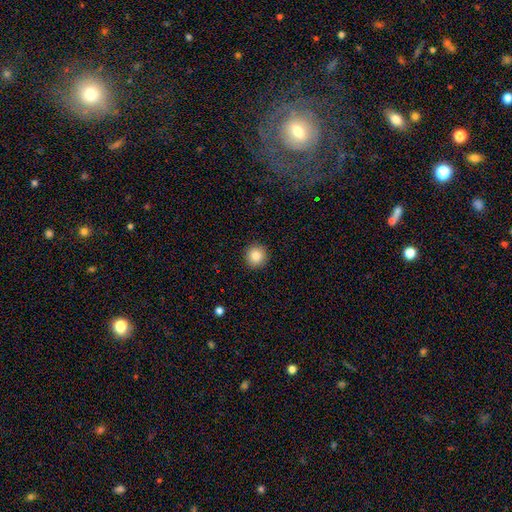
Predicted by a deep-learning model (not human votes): Morphology: type=smooth (85%); roundness=round (94%); merging=none (92%).